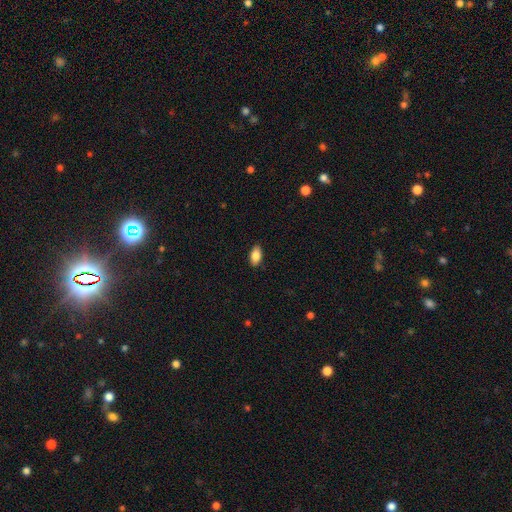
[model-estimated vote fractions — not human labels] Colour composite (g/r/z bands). It shows a smooth galaxy with no disk features (87%) that is in between round and cigar-shaped (92%). Merging: none (88%).